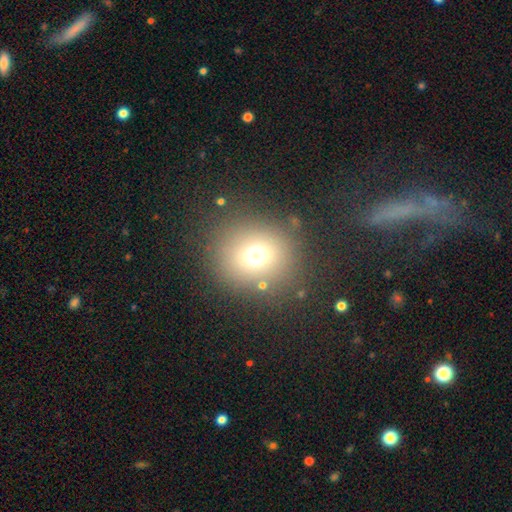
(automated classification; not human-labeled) smooth_or_featured: smooth (p=0.68) [alt: star or artifact p=0.21]
how_rounded: round (p=0.84) [alt: in between p=0.15]
merging: none (p=0.81) [alt: minor disturbance p=0.09]